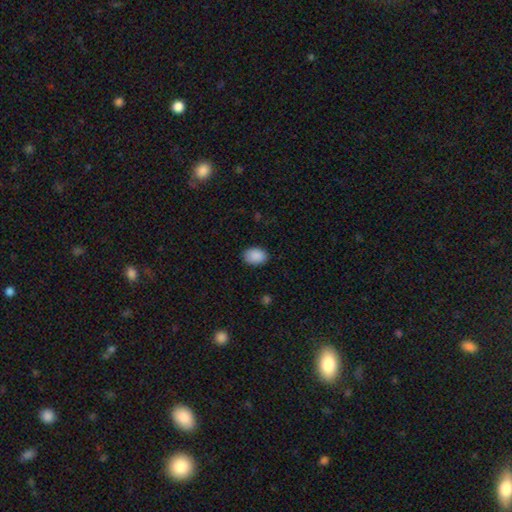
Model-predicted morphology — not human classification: A smooth galaxy with no disk features (90%) that is in between round and cigar-shaped (77%). Merging: none (88%).